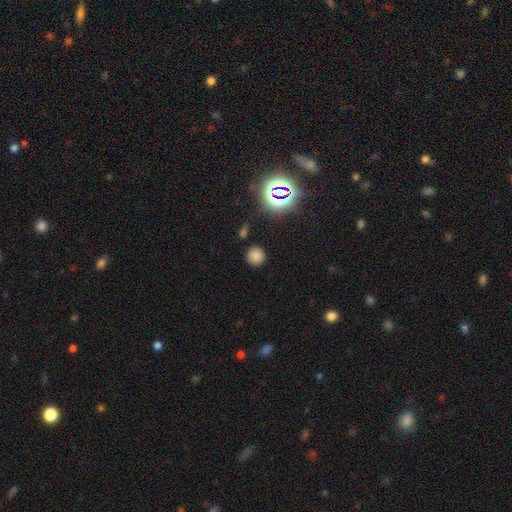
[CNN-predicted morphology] smooth 73%, star or artifact 21%, featured or disk 6%. Down the decision tree: how rounded — round (92%); merging — none (87%).